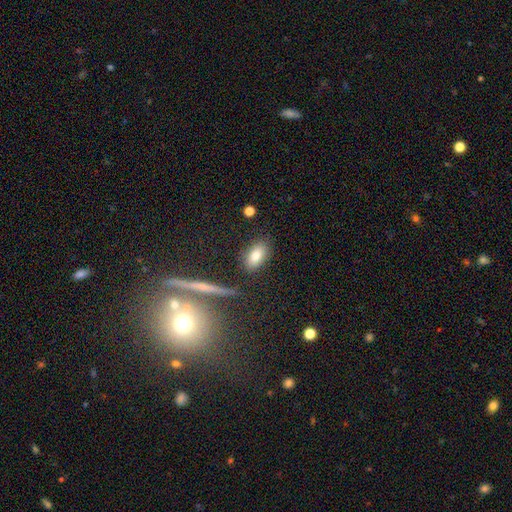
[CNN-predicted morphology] A smooth galaxy with no disk features (80%) that is in between round and cigar-shaped (87%). Merging: none (83%).